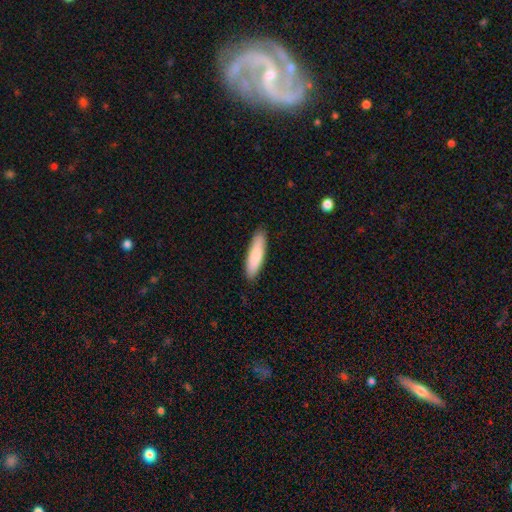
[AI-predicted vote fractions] smooth-or-featured: smooth: 84% | featured or disk: 11% | star or artifact: 5%
  how-rounded: cigar-shaped: 65% | in between: 34% | round: 1%
  merging: none: 88% | minor disturbance: 9% | major disturbance: 2% | merger: 1%